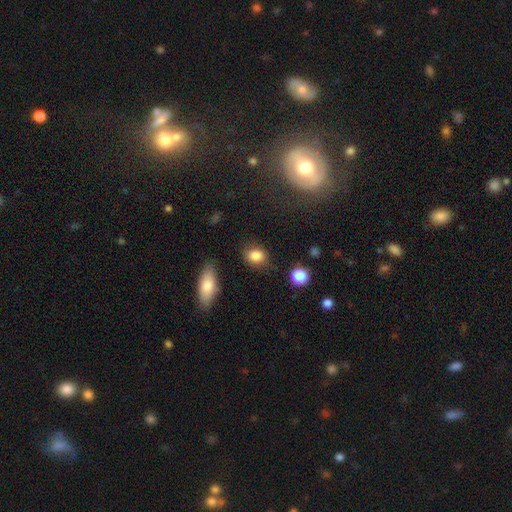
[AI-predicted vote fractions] smooth-or-featured: smooth: 85% | star or artifact: 9% | featured or disk: 6%
  how-rounded: in between: 59% | round: 39% | cigar-shaped: 2%
  merging: none: 74% | minor disturbance: 18% | major disturbance: 5% | merger: 3%